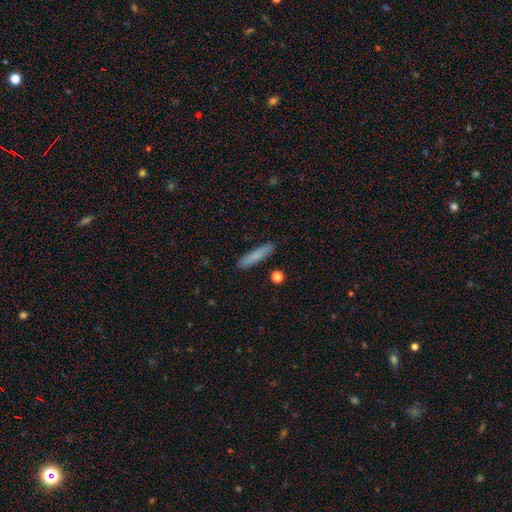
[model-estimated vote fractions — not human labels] This is clearly a smooth galaxy (82%). How rounded: clearly cigar-shaped (88%). Merging: clearly none (89%).